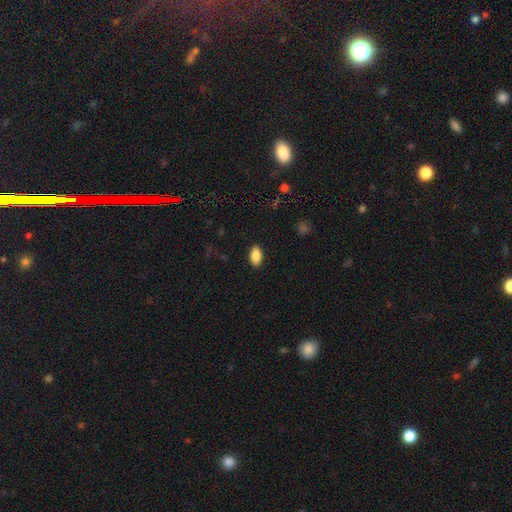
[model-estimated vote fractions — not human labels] Smooth or featured? smooth (87%)
How rounded? in between (93%)
Merging? none (89%)